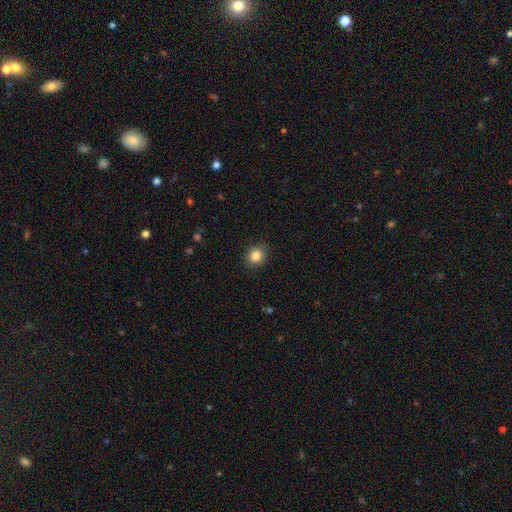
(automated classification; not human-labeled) Smooth or featured?
  - smooth: 85% *
  - star or artifact: 10%
  - featured or disk: 5%
How rounded?
  - round: 75% *
  - in between: 24%
  - cigar-shaped: 1%
Merging?
  - none: 88% *
  - minor disturbance: 9%
  - major disturbance: 2%
  - merger: 1%